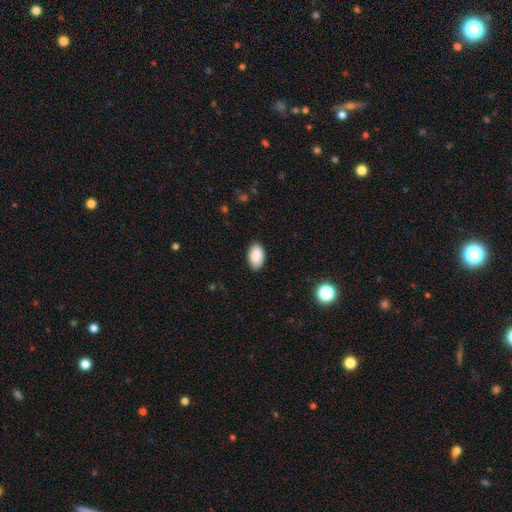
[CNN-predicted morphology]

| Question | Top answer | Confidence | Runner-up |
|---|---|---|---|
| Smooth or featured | smooth | 89% | star or artifact (7%) |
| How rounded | in between | 95% | round (4%) |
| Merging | none | 87% | minor disturbance (10%) |